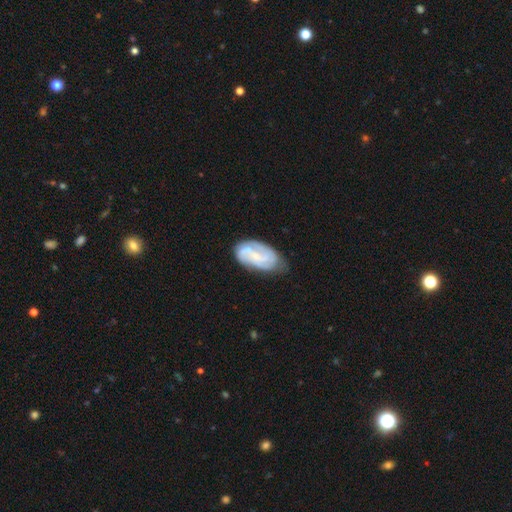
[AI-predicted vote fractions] Q: Smooth or featured?
A: featured or disk (75%); runner-up: smooth (19%)
Q: Edge-on disk?
A: no (97%); runner-up: yes (3%)
Q: Bar?
A: no (45%); runner-up: weak (42%)
Q: Spiral arms?
A: yes (92%); runner-up: no (8%)
Q: Spiral winding?
A: medium (43%); runner-up: tight (38%)
Q: Spiral arm count?
A: 2 (44%); runner-up: 3 (24%)
Q: Bulge size?
A: small (65%); runner-up: moderate (18%)
Q: Merging?
A: none (65%); runner-up: minor disturbance (25%)